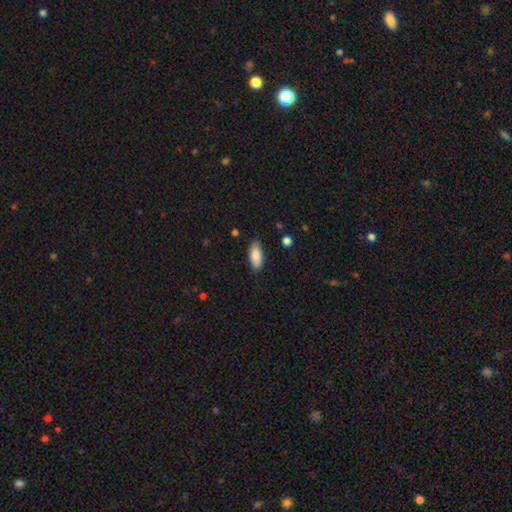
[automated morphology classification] smooth-or-featured: smooth: 87% | featured or disk: 6% | star or artifact: 6%
  how-rounded: in between: 84% | cigar-shaped: 14% | round: 2%
  merging: none: 86% | minor disturbance: 11% | major disturbance: 2% | merger: 1%